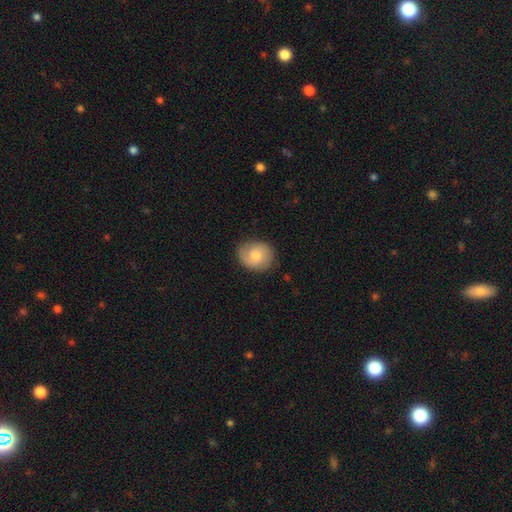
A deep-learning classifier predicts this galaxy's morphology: type=smooth (59%); roundness=round (65%); merging=none (76%).